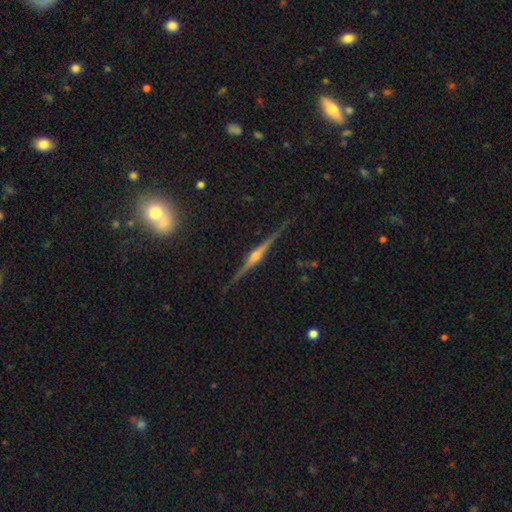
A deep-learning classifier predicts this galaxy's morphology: smooth_or_featured: featured or disk (p=0.87) [alt: smooth p=0.07]
disk_edge_on: yes (p=0.98) [alt: no p=0.02]
edge_on_bulge: rounded (p=0.92) [alt: boxy p=0.05]
merging: none (p=0.89) [alt: minor disturbance p=0.08]